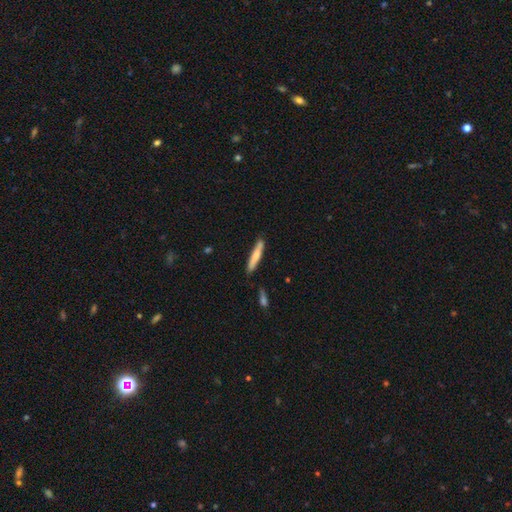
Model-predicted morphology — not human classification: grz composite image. It shows a smooth galaxy with no disk features (66%) that is cigar-shaped (92%). Merging: none (82%).